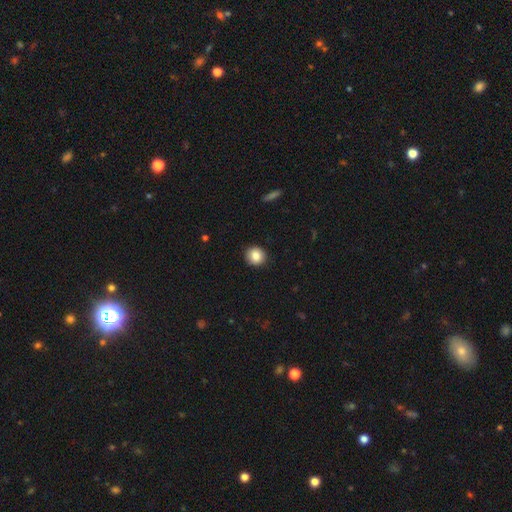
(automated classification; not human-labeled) This is clearly a smooth galaxy (85%). How rounded: clearly round (87%). Merging: clearly none (91%).